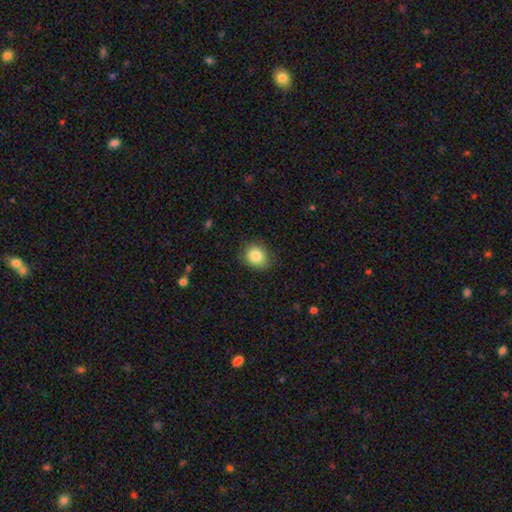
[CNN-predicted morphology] The model was most divided on "how rounded": round: 67%, in between: 32%, cigar-shaped: 1%. More confident: smooth or featured — smooth (85%); merging — none (80%).